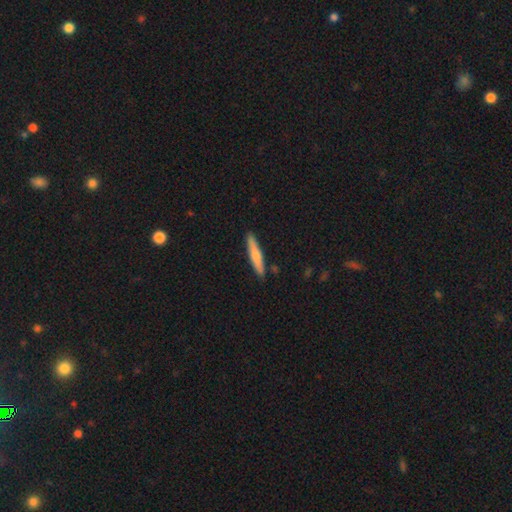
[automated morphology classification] smooth 65%, featured or disk 30%, star or artifact 5%. Down the decision tree: how rounded — cigar-shaped (91%); merging — none (88%).